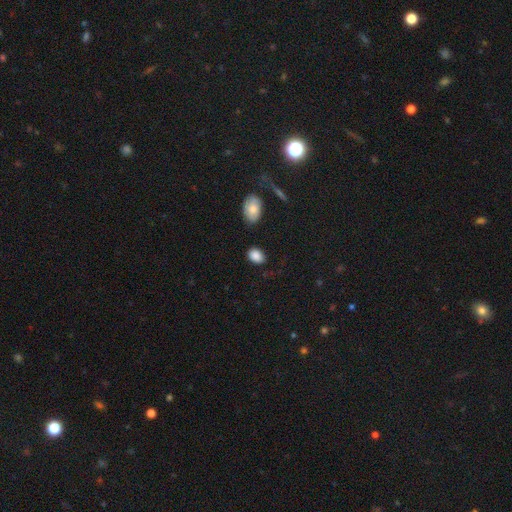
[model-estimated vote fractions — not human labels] This is clearly a smooth galaxy (88%). How rounded: likely in between (77%). Merging: likely none (79%).